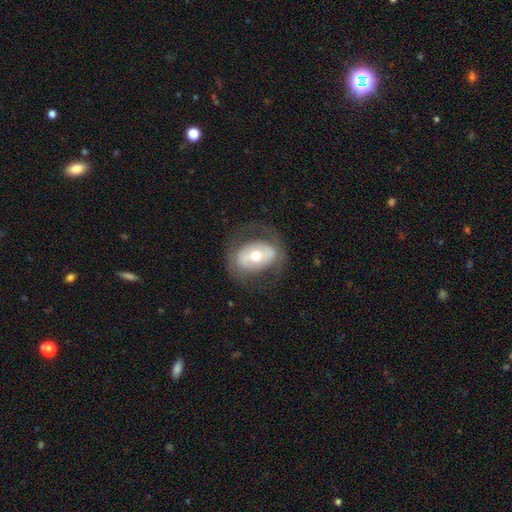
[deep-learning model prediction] Smooth or featured: featured or disk — 58% (smooth — 36%)
Edge-on disk: no — 92% (yes — 8%)
Bar: no — 45% (strong — 28%)
Spiral arms: no — 66% (yes — 34%)
Bulge size: moderate — 69% (small — 20%)
Merging: none — 71% (minor disturbance — 15%)